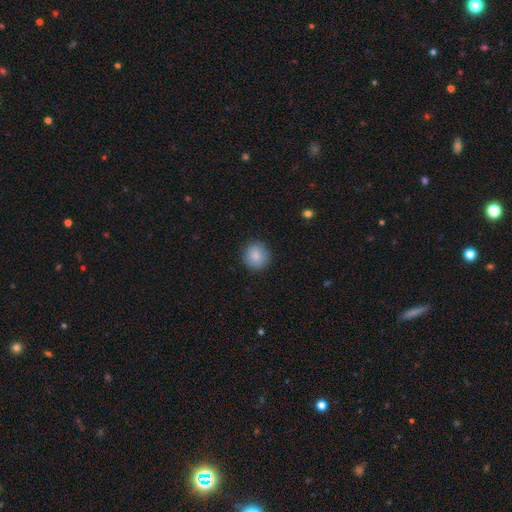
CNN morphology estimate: Smooth or featured? smooth (86%)
How rounded? round (91%)
Merging? none (89%)